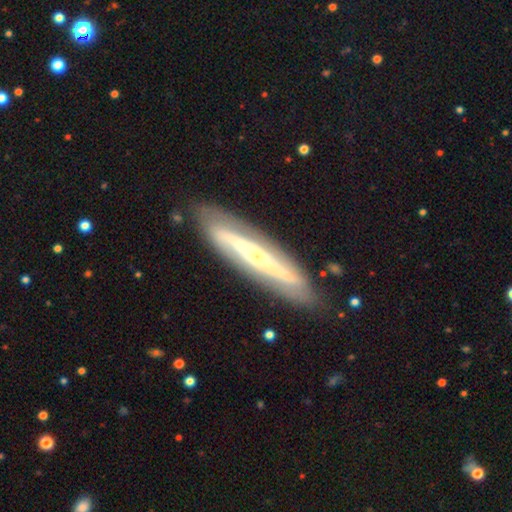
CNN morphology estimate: A featured or disk galaxy (73%) viewed edge-on (54%).

Vote fractions:
- Smooth or featured? featured or disk: 73% / smooth: 21% / star or artifact: 6%
- Edge-on disk? yes: 54% / no: 46%
- Merging? none: 82% / minor disturbance: 13% / major disturbance: 4% / merger: 2%